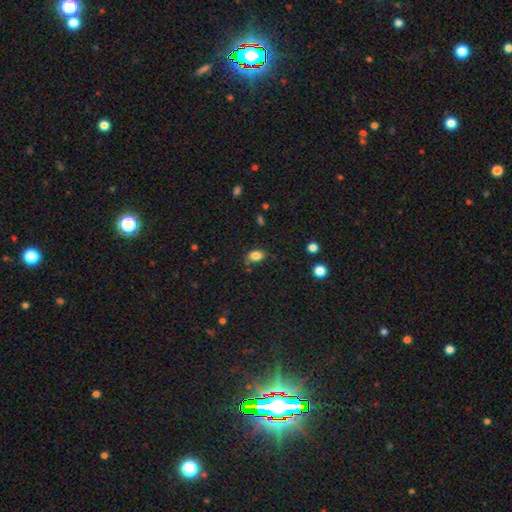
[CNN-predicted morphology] Q: Smooth or featured?
A: smooth (83%); runner-up: star or artifact (10%)
Q: How rounded?
A: in between (78%); runner-up: round (21%)
Q: Merging?
A: none (71%); runner-up: minor disturbance (21%)